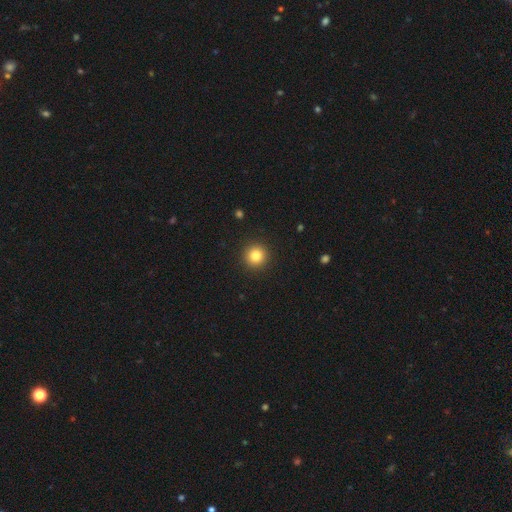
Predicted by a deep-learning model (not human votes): Smooth or featured? Predicted: smooth (p=0.84). How rounded? Predicted: round (p=0.95). Merging? Predicted: none (p=0.92).